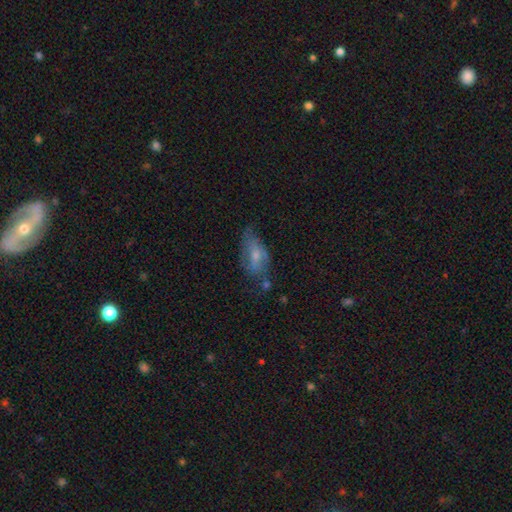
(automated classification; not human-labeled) Q: Smooth or featured?
A: smooth (52%); runner-up: featured or disk (39%)
Q: How rounded?
A: in between (82%); runner-up: cigar-shaped (14%)
Q: Merging?
A: none (47%); runner-up: minor disturbance (31%)